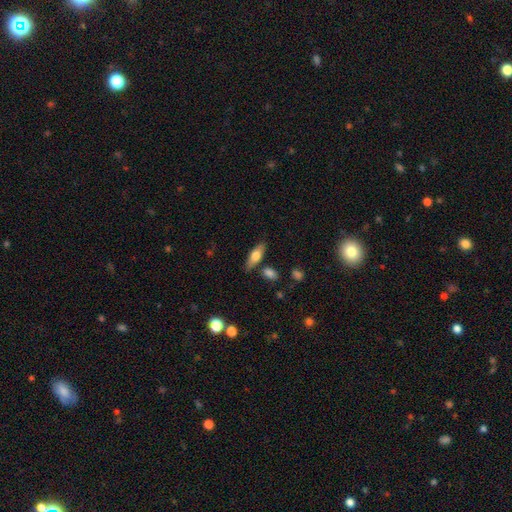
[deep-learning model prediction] Morphology: type=smooth (64%); roundness=in between (61%); merging=none (78%).